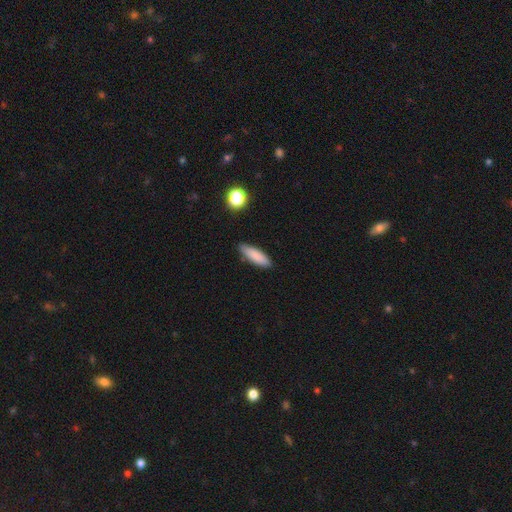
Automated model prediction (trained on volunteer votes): This is clearly a smooth galaxy (85%). How rounded: possibly cigar-shaped (54%). Merging: clearly none (86%).